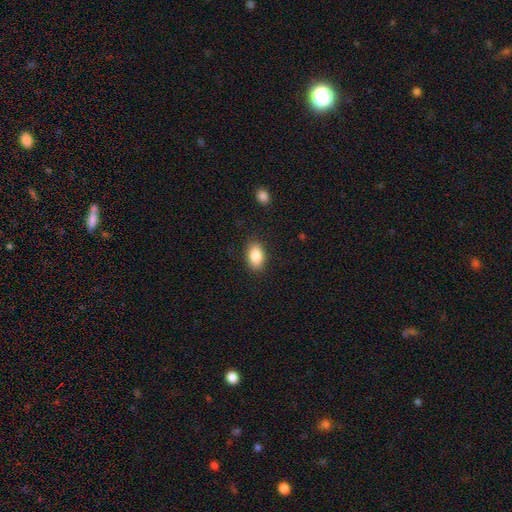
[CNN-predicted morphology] smooth-or-featured: smooth: 86% | star or artifact: 7% | featured or disk: 7%
  how-rounded: in between: 90% | round: 8% | cigar-shaped: 2%
  merging: none: 87% | minor disturbance: 9% | major disturbance: 3% | merger: 1%